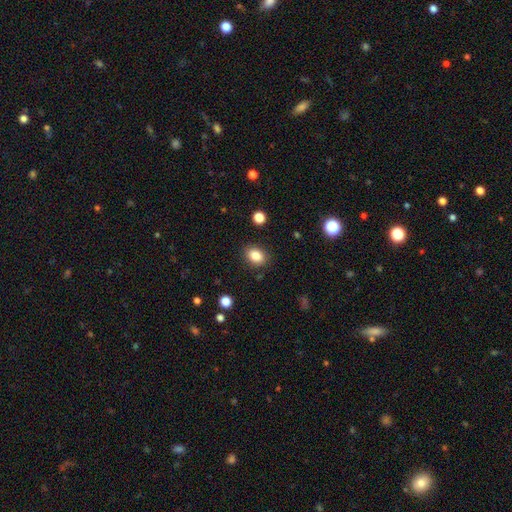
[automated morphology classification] type=smooth (84%); roundness=in between (66%); merging=none (87%).